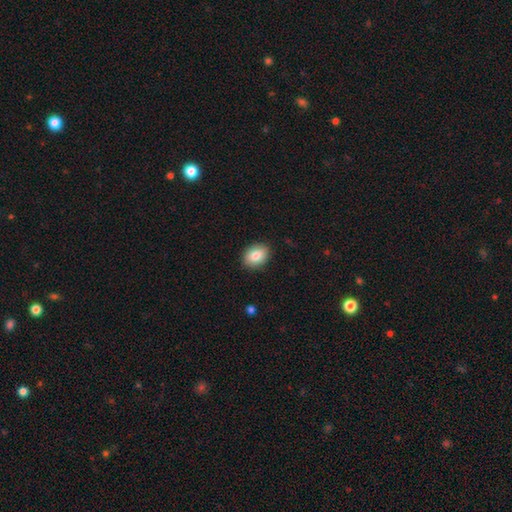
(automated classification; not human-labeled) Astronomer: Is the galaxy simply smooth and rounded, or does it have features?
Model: smooth — 83%.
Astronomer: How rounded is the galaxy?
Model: in between — 66%.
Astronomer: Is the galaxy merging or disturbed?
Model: none — 89%.